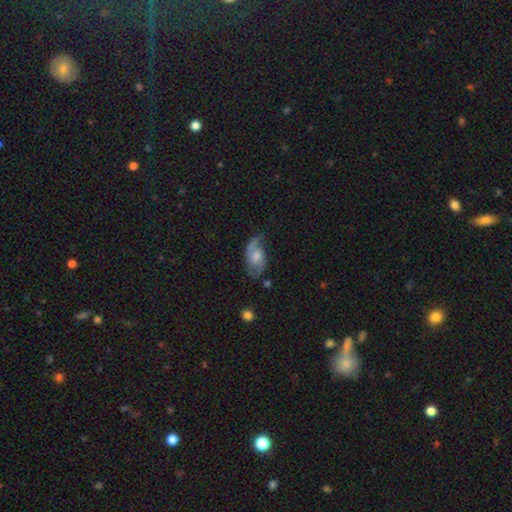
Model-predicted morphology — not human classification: Smooth or featured?
  - featured or disk: 70% *
  - smooth: 23%
  - star or artifact: 7%
Edge-on disk?
  - no: 95% *
  - yes: 5%
Bar?
  - no: 48% *
  - weak: 43%
  - strong: 9%
Spiral arms?
  - yes: 91% *
  - no: 9%
Spiral winding?
  - medium: 47% *
  - loose: 36%
  - tight: 17%
Spiral arm count?
  - 2: 84% *
  - can't tell: 7%
  - 1: 6%
  - 3: 1%
  - 4: 1%
  - more than 4: 1%
Bulge size?
  - moderate: 36% *
  - small: 21%
  - large: 21%
  - none: 20%
  - dominant: 2%
Merging?
  - none: 65% *
  - minor disturbance: 22%
  - major disturbance: 10%
  - merger: 3%